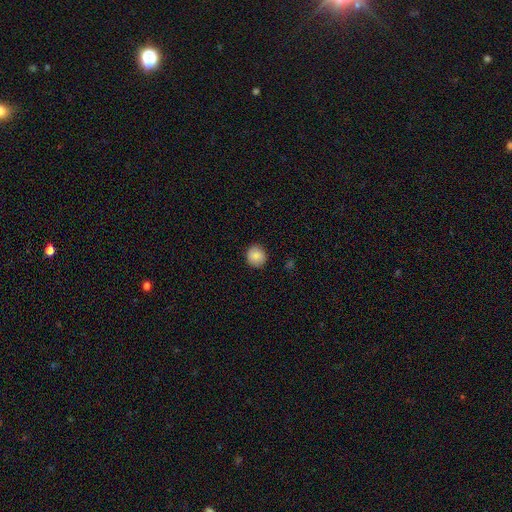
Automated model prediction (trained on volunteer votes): Smooth or featured? smooth (86%)
How rounded? round (91%)
Merging? none (89%)